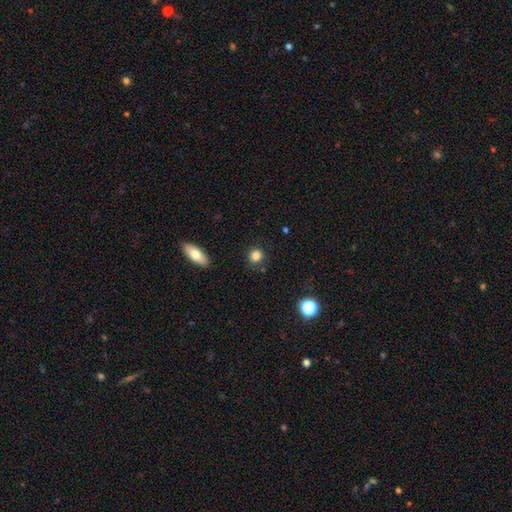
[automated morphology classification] This is clearly a smooth galaxy (84%). How rounded: clearly round (86%). Merging: clearly none (85%).